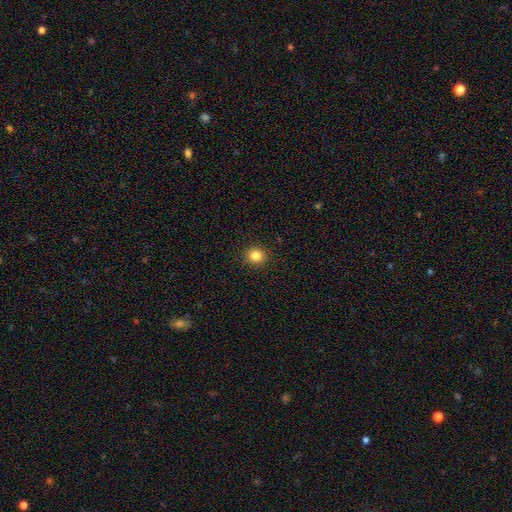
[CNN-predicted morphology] This appears to be a smooth galaxy with no disk features (84%) that is round (84%). Merging: none (91%).